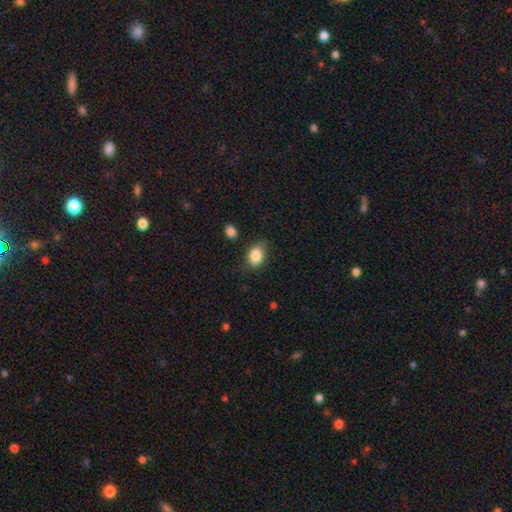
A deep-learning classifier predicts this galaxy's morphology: A smooth galaxy with no disk features (86%) that is in between round and cigar-shaped (74%). Merging: none (72%).